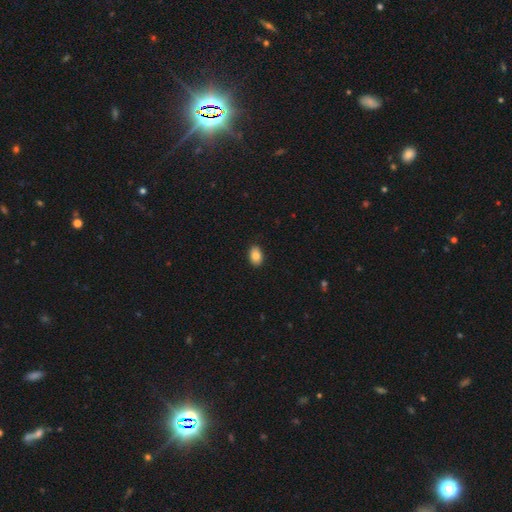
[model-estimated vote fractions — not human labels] Smooth or featured?
  - smooth: 85% *
  - star or artifact: 8%
  - featured or disk: 7%
How rounded?
  - in between: 83% *
  - round: 16%
  - cigar-shaped: 1%
Merging?
  - none: 89% *
  - minor disturbance: 8%
  - major disturbance: 2%
  - merger: 1%